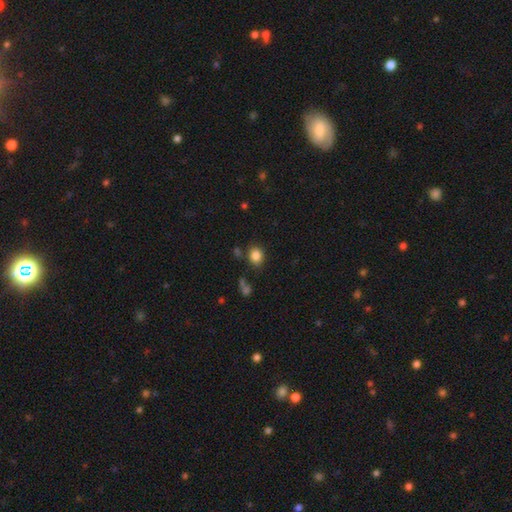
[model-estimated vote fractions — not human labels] Morphology: type=smooth (84%); roundness=round (60%); merging=none (77%).